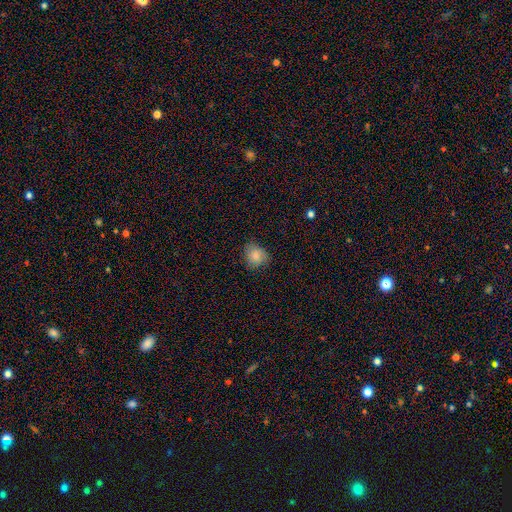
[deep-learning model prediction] A smooth galaxy with no disk features (82%) that is round (72%).

Vote fractions:
- Smooth or featured? smooth: 82% / featured or disk: 9% / star or artifact: 8%
- How rounded? round: 72% / in between: 27% / cigar-shaped: 1%
- Merging? none: 72% / minor disturbance: 22% / major disturbance: 5% / merger: 1%